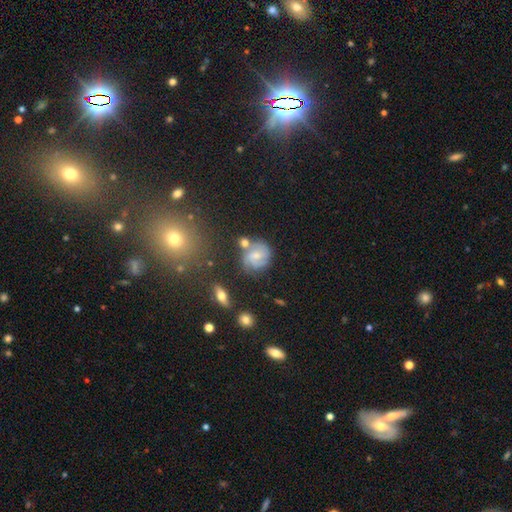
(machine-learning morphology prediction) The model was most divided on "spiral winding" (2-way tie): tight: 43%, medium: 43%, loose: 14%. Remaining: edge-on disk — no (97%); spiral arms — yes (93%); smooth or featured — featured or disk (72%); merging — none (57%); bulge size — small (49%); bar — weak (47%); spiral arm count — 2 (45%).